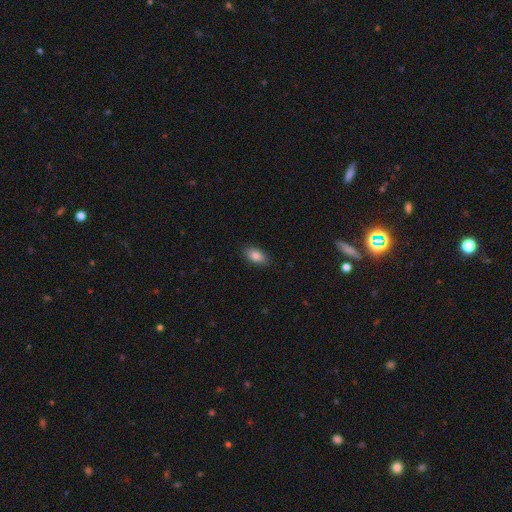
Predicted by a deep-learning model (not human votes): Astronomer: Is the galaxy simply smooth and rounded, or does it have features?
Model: smooth — 85%.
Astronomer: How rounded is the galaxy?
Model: in between — 92%.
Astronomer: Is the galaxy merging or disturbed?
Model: none — 87%.